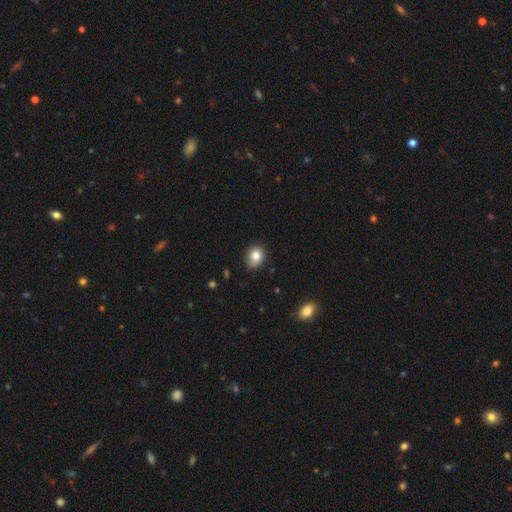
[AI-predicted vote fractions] This is clearly a smooth galaxy (84%). How rounded: possibly round (56%). Merging: likely none (80%).